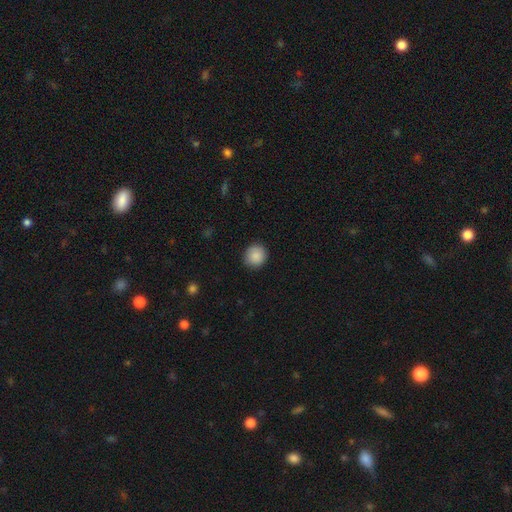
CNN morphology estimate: Q: Smooth or featured?
A: smooth (89%); runner-up: star or artifact (8%)
Q: How rounded?
A: round (90%); runner-up: in between (9%)
Q: Merging?
A: none (91%); runner-up: minor disturbance (6%)